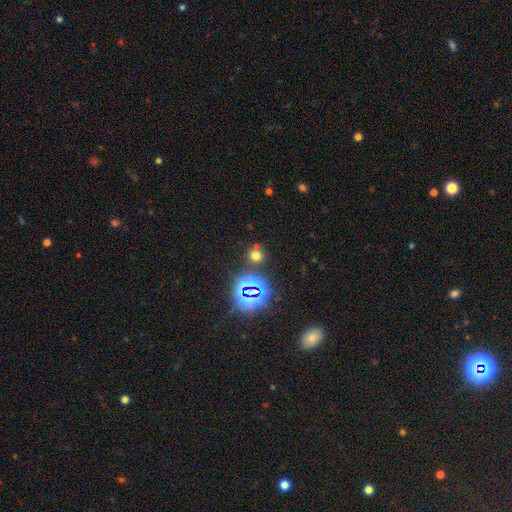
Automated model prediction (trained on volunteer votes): A smooth galaxy with no disk features (59%) that is round (86%).

Vote fractions:
- Smooth or featured? smooth: 59% / star or artifact: 34% / featured or disk: 8%
- How rounded? round: 86% / in between: 12% / cigar-shaped: 1%
- Merging? none: 78% / merger: 10% / minor disturbance: 8% / major disturbance: 3%